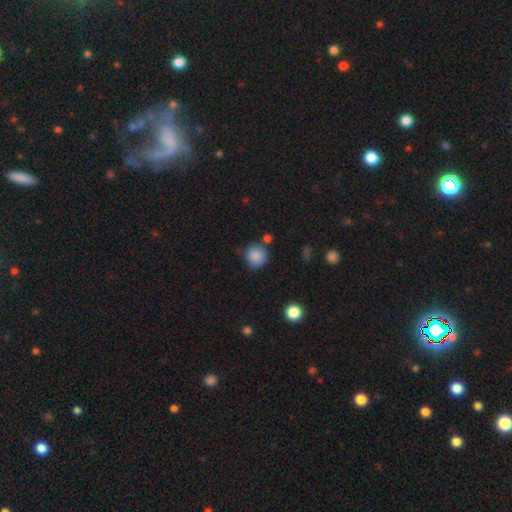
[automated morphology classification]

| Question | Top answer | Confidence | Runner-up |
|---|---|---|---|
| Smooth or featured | smooth | 87% | star or artifact (9%) |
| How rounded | round | 90% | in between (9%) |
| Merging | none | 77% | minor disturbance (13%) |